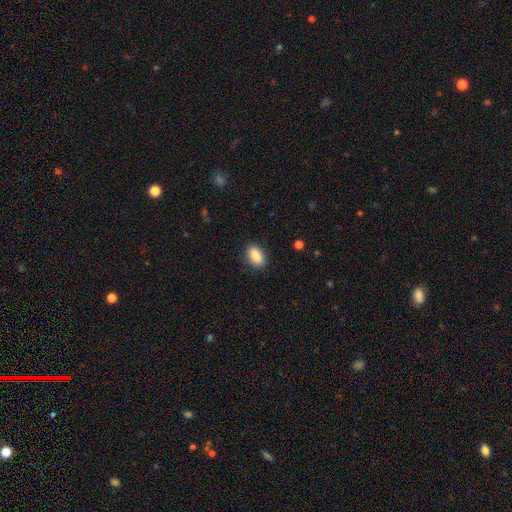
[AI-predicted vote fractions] Smooth or featured: smooth — 89% (star or artifact — 7%)
How rounded: in between — 90% (round — 7%)
Merging: none — 87% (minor disturbance — 10%)